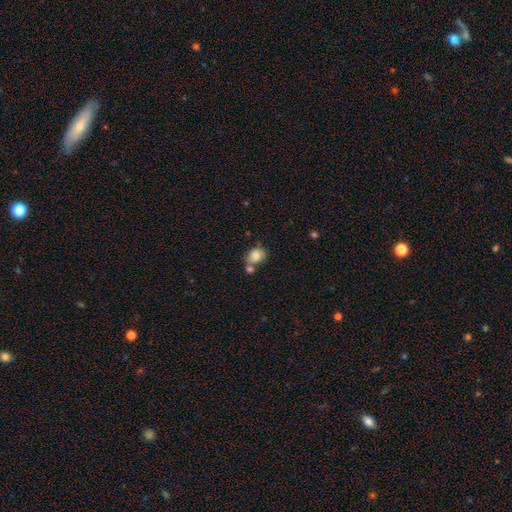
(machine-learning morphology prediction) Overall: smooth (80%). How rounded: round (57%; in between 42%). Merging: none (47%; merger 32%).